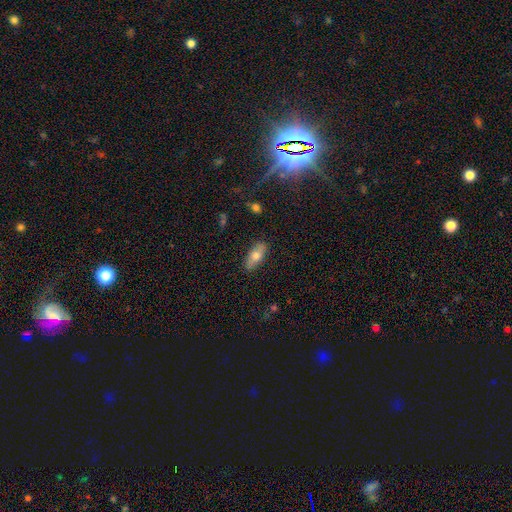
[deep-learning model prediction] This is likely a smooth galaxy (67%). How rounded: likely in between (73%). Merging: clearly none (85%).